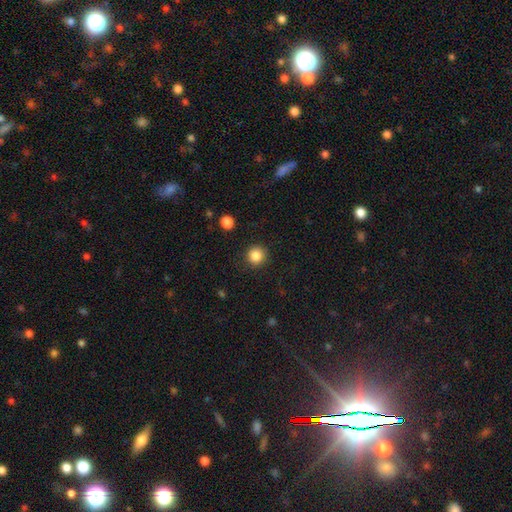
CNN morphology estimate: This appears to be a smooth galaxy with no disk features (85%) that is round (93%). Merging: none (90%).